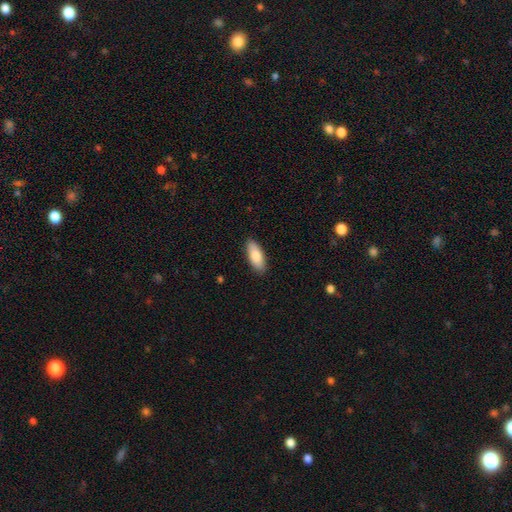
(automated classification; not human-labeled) Smooth or featured? Predicted: smooth (p=0.83). How rounded? Predicted: in between (p=0.76). Merging? Predicted: none (p=0.88).